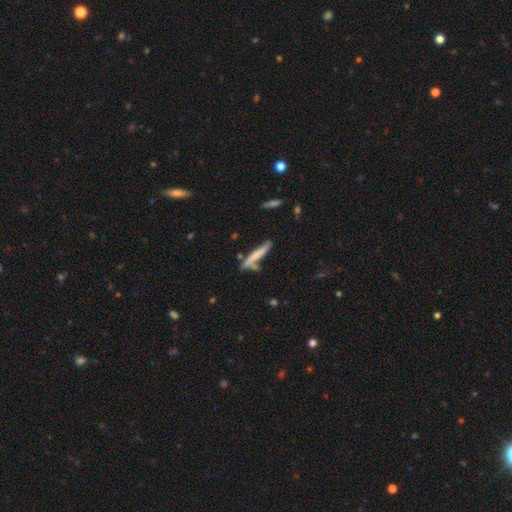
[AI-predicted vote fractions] Smooth or featured? Predicted: smooth (p=0.56). How rounded? Predicted: cigar-shaped (p=0.91). Merging? Predicted: none (p=0.56).